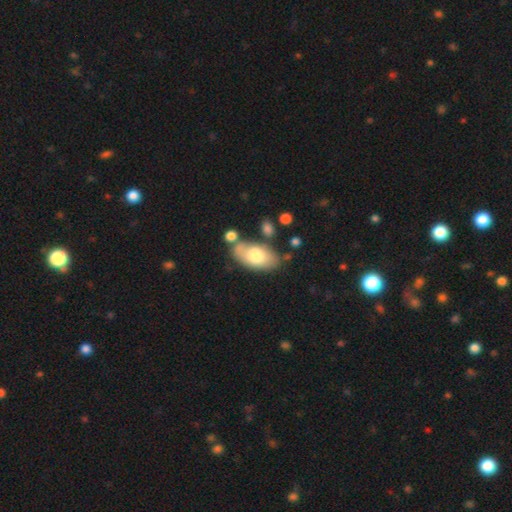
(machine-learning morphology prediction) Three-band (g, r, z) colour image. It shows a smooth galaxy with no disk features (70%) that is in between round and cigar-shaped (93%). Merging: none (67%).